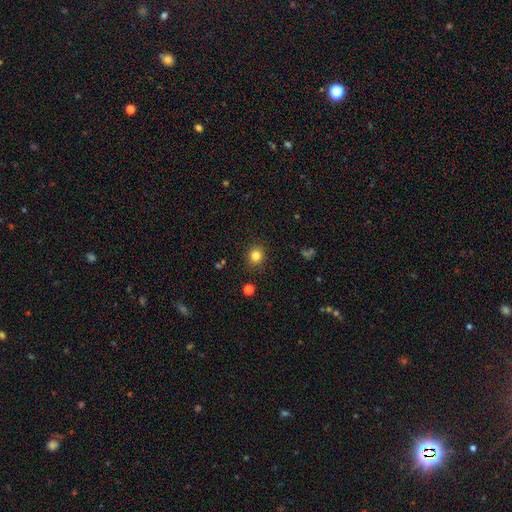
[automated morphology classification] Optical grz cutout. It shows a smooth galaxy with no disk features (82%) that is round (84%). Merging: none (89%).